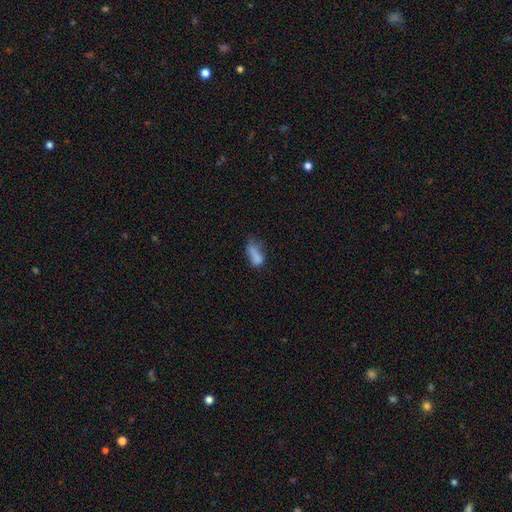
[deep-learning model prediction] A smooth galaxy with no disk features (76%) that is in between round and cigar-shaped (76%).

Vote fractions:
- Smooth or featured? smooth: 76% / featured or disk: 13% / star or artifact: 11%
- How rounded? in between: 76% / cigar-shaped: 20% / round: 4%
- Merging? none: 37% / minor disturbance: 32% / major disturbance: 22% / merger: 9%